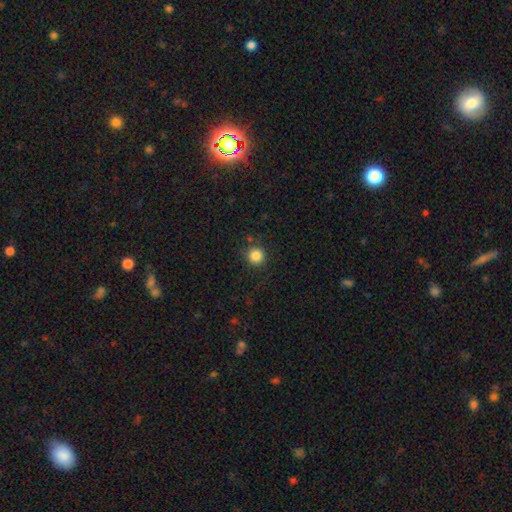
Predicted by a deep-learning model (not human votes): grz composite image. It shows a smooth galaxy with no disk features (85%) that is round (95%). Merging: none (88%).